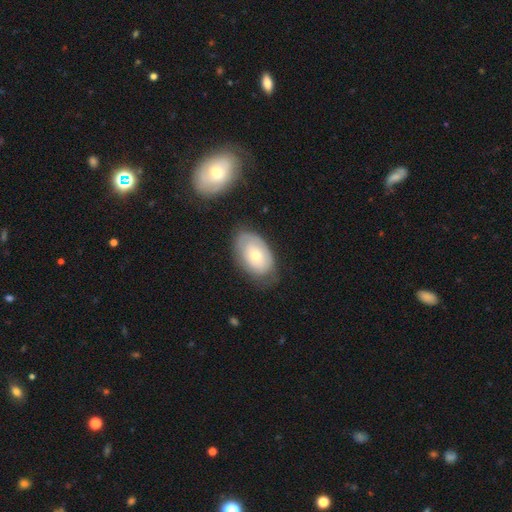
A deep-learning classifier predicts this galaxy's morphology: This is possibly a smooth galaxy (51%). How rounded: clearly in between (90%). Merging: likely none (67%).